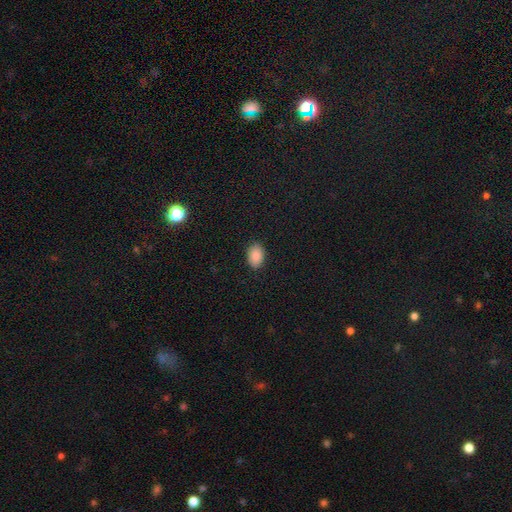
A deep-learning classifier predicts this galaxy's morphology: Q: Smooth or featured?
A: smooth (88%); runner-up: star or artifact (8%)
Q: How rounded?
A: in between (84%); runner-up: round (15%)
Q: Merging?
A: none (88%); runner-up: minor disturbance (9%)